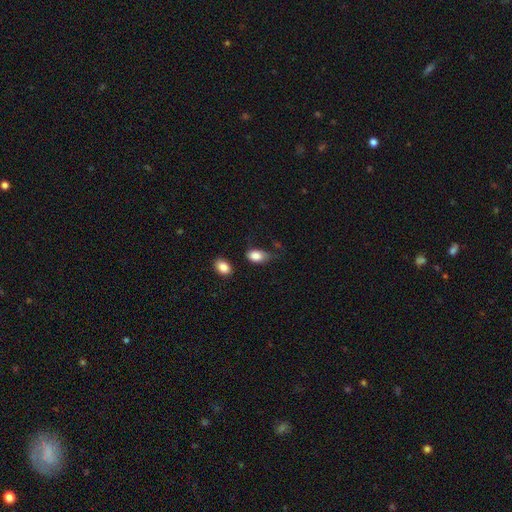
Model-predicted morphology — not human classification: Smooth or featured? smooth (85%)
How rounded? in between (87%)
Merging? none (45%)